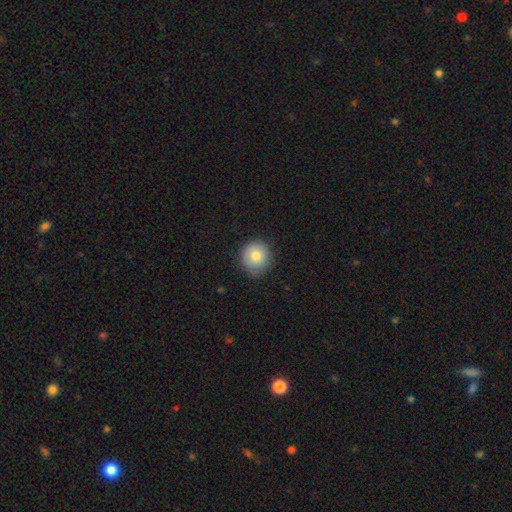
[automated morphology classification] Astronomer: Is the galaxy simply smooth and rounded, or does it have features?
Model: smooth — 78%.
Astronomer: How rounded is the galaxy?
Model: round — 91%.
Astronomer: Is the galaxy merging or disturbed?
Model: none — 80%.